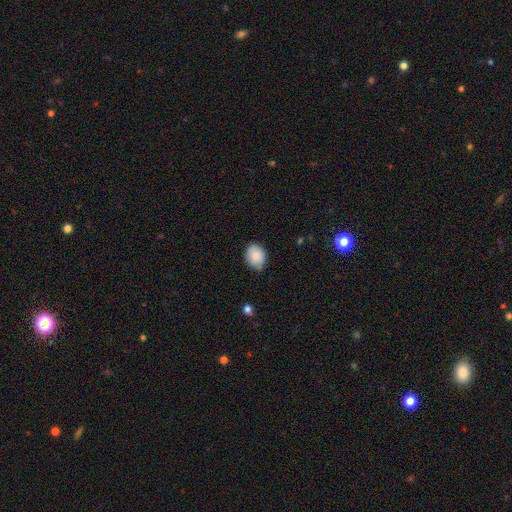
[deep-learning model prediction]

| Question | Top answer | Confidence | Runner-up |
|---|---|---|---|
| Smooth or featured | smooth | 84% | featured or disk (8%) |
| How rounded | in between | 54% | round (45%) |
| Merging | none | 78% | minor disturbance (18%) |